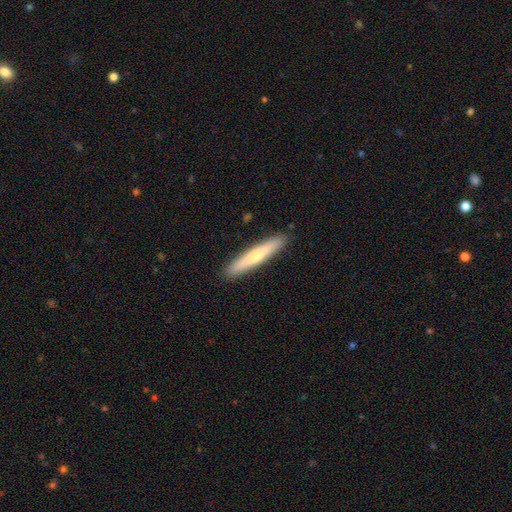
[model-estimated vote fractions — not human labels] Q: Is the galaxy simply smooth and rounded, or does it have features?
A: smooth — 54%.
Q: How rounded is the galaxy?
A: cigar-shaped — 92%.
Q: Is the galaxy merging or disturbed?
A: none — 91%.